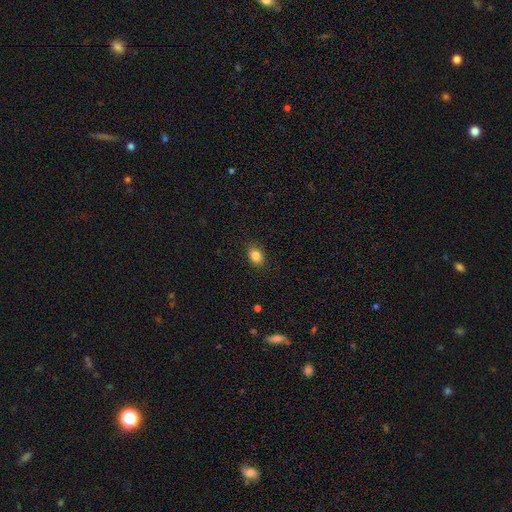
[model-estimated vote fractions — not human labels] This appears to be a smooth galaxy with no disk features (84%) that is in between round and cigar-shaped (66%). Merging: none (88%).